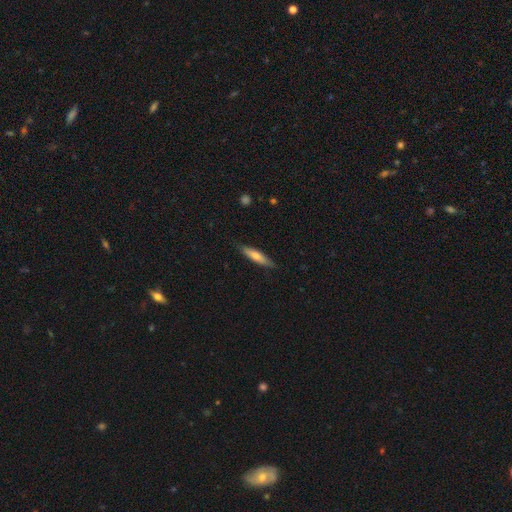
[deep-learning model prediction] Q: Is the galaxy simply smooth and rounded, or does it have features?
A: smooth — 58%.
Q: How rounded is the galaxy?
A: cigar-shaped — 84%.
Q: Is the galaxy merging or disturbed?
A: none — 87%.